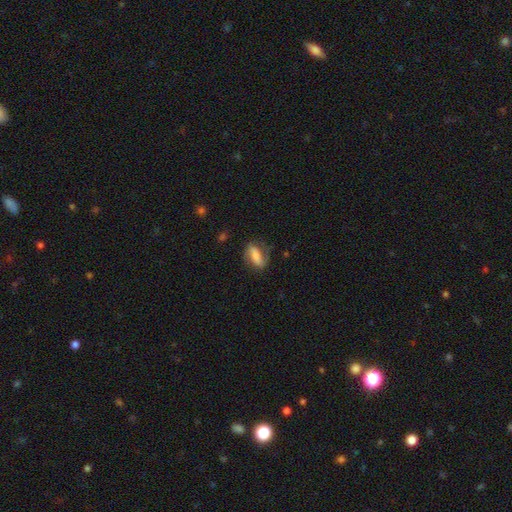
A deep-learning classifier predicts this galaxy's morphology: Q: Smooth or featured?
A: smooth (63%); runner-up: featured or disk (29%)
Q: How rounded?
A: in between (74%); runner-up: cigar-shaped (20%)
Q: Merging?
A: none (62%); runner-up: minor disturbance (24%)